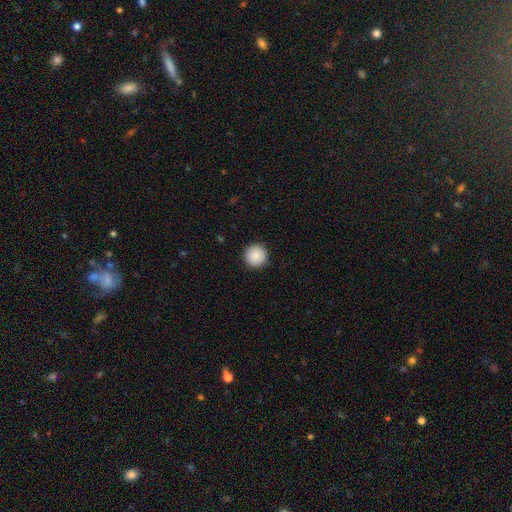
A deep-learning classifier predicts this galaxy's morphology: This appears to be a smooth galaxy with no disk features (89%) that is round (96%). Merging: none (93%).